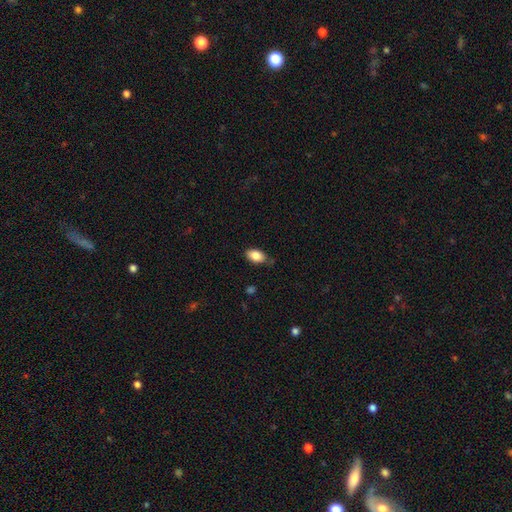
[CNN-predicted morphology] This appears to be a smooth galaxy with no disk features (85%) that is in between round and cigar-shaped (92%). Merging: none (76%).